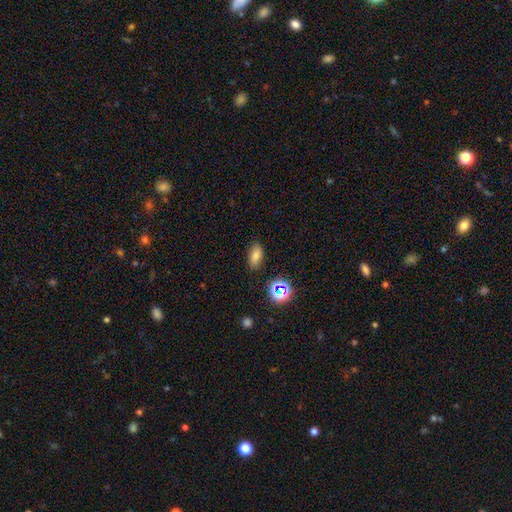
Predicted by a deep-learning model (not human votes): This is likely a smooth galaxy (75%). How rounded: clearly in between (88%). Merging: clearly none (85%).